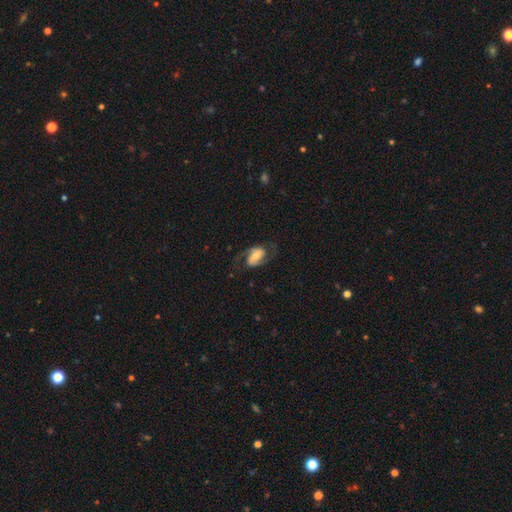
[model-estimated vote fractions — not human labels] Smooth or featured? Predicted: featured or disk (p=0.80). Edge-on disk? Predicted: no (p=0.97). Bar? Predicted: weak (p=0.40). Spiral arms? Predicted: yes (p=0.94). Spiral winding? Predicted: medium (p=0.52). Spiral arm count? Predicted: 2 (p=0.92). Bulge size? Predicted: moderate (p=0.47). Merging? Predicted: none (p=0.74).